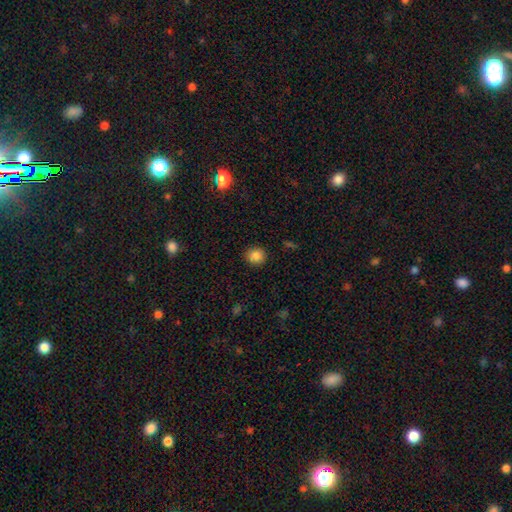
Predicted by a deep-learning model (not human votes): Smooth or featured?
  - smooth: 85% *
  - star or artifact: 11%
  - featured or disk: 4%
How rounded?
  - round: 86% *
  - in between: 13%
  - cigar-shaped: 1%
Merging?
  - none: 90% *
  - minor disturbance: 6%
  - major disturbance: 2%
  - merger: 1%